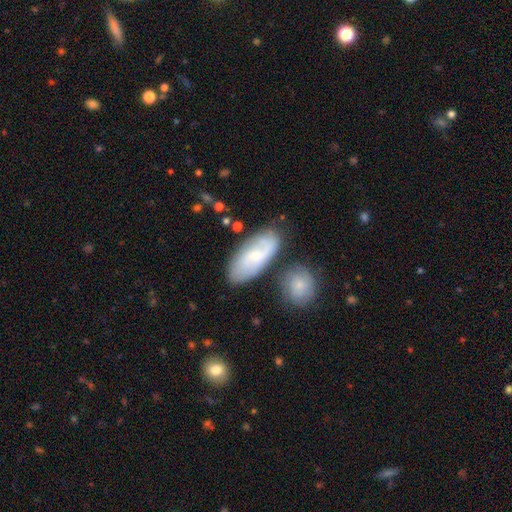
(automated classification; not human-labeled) smooth-or-featured: smooth: 49% | featured or disk: 44% | star or artifact: 7%
  merging: none: 68% | minor disturbance: 15% | merger: 13% | major disturbance: 4%